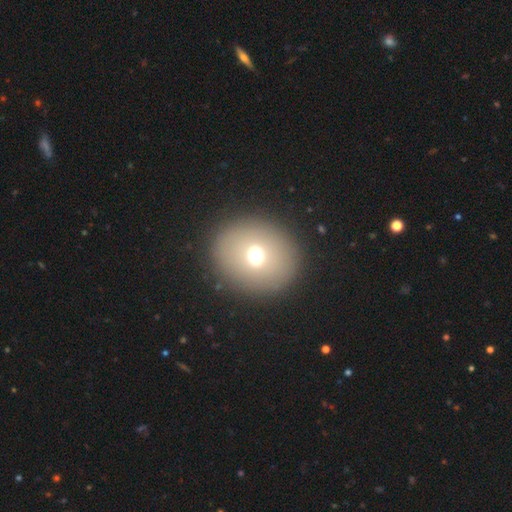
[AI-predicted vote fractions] smooth-or-featured: smooth: 64% | featured or disk: 19% | star or artifact: 17%
  how-rounded: round: 71% | in between: 28% | cigar-shaped: 1%
  merging: none: 87% | minor disturbance: 7% | major disturbance: 4% | merger: 2%